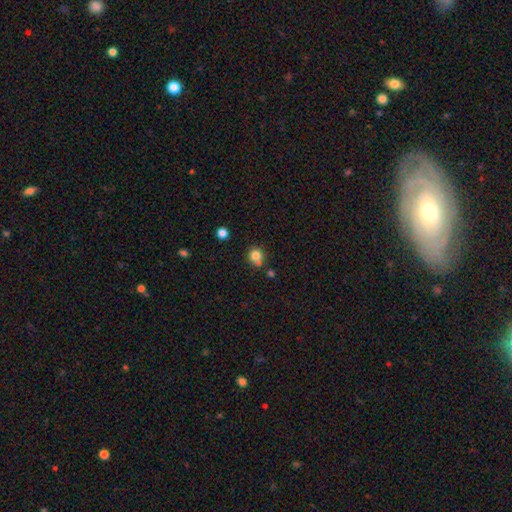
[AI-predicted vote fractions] Smooth or featured? Predicted: smooth (p=0.81). How rounded? Predicted: round (p=0.80). Merging? Predicted: none (p=0.60).